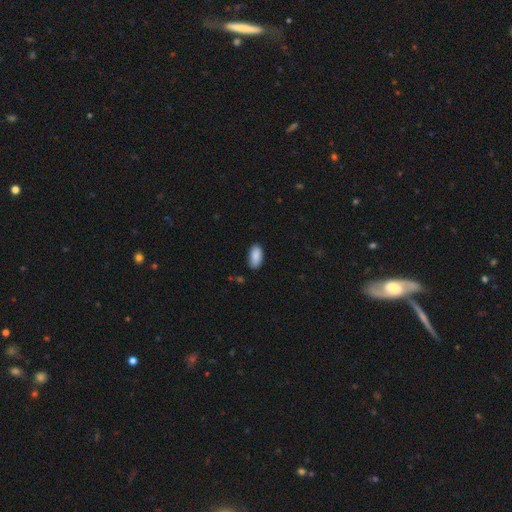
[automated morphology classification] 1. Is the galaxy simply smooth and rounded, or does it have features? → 90% smooth, 6% star or artifact, 4% featured or disk.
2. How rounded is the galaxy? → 93% in between, 5% cigar-shaped, 2% round.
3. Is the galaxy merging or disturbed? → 85% none, 11% minor disturbance, 2% major disturbance, 1% merger.